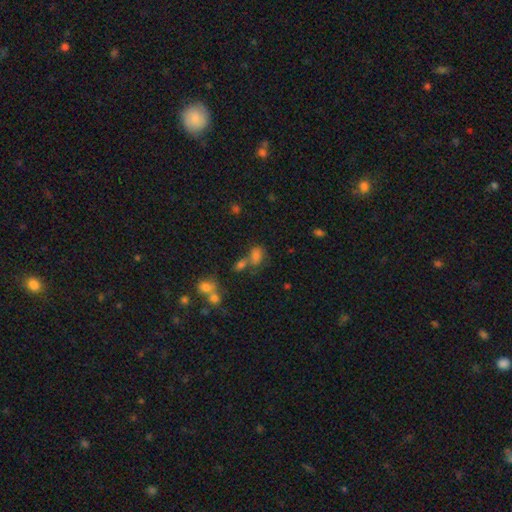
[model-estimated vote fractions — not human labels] Overall: smooth (70%). How rounded: in between (69%). Merging: none (39%; merger 37%).